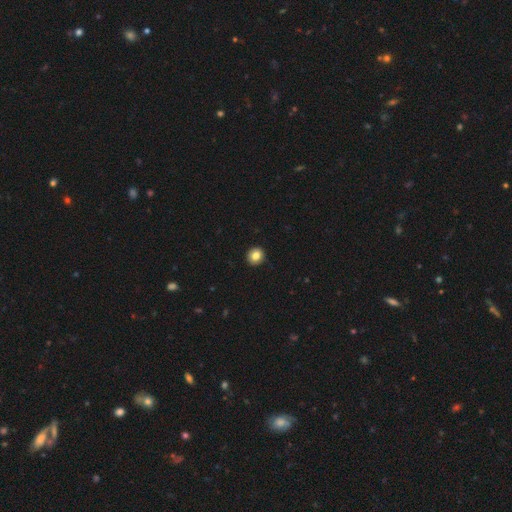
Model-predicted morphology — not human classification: smooth_or_featured: smooth (p=0.83) [alt: star or artifact p=0.09]
how_rounded: round (p=0.89) [alt: in between p=0.10]
merging: none (p=0.92) [alt: minor disturbance p=0.06]